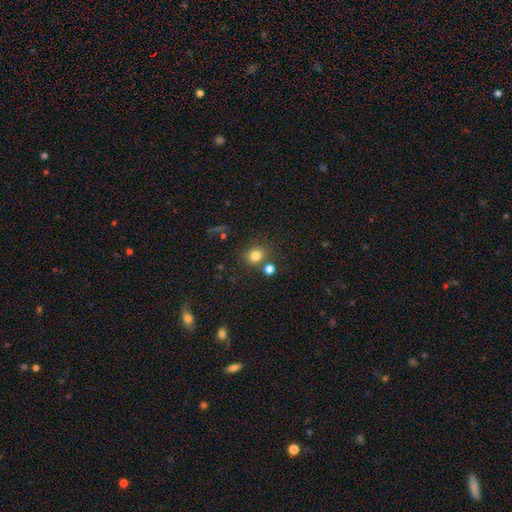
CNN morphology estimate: smooth-or-featured: smooth: 79% | star or artifact: 14% | featured or disk: 7%
  how-rounded: round: 74% | in between: 25% | cigar-shaped: 1%
  merging: none: 71% | merger: 14% | minor disturbance: 11% | major disturbance: 4%